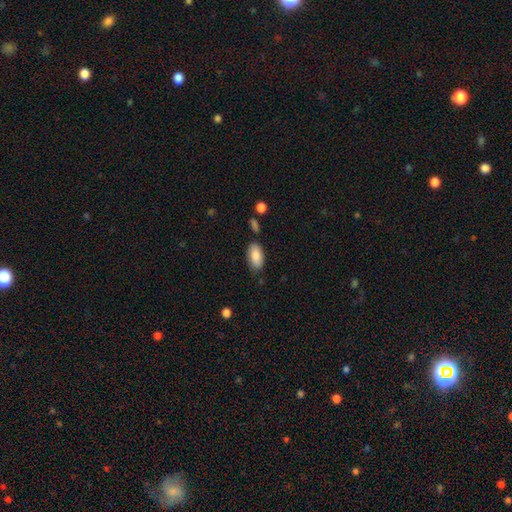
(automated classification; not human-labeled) Q: Smooth or featured?
A: smooth (86%); runner-up: featured or disk (7%)
Q: How rounded?
A: in between (93%); runner-up: cigar-shaped (5%)
Q: Merging?
A: none (79%); runner-up: minor disturbance (15%)